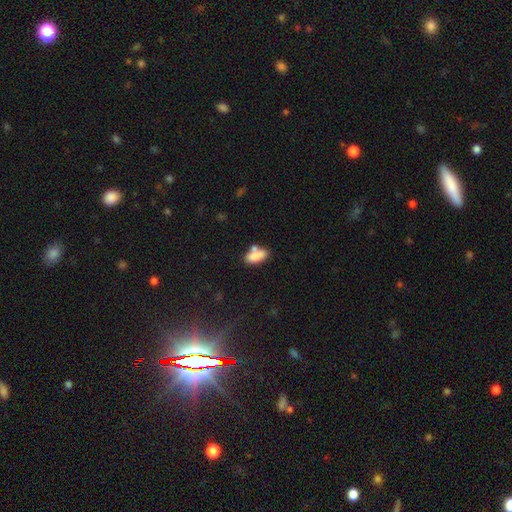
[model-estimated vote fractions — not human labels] This is clearly a smooth galaxy (80%). How rounded: clearly in between (84%). Merging: possibly none (51%).